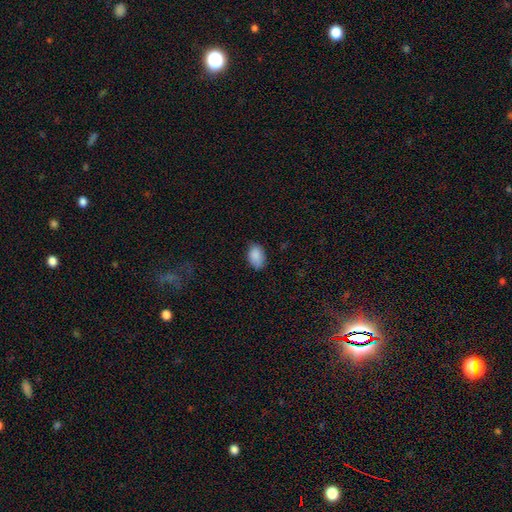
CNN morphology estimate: smooth-or-featured: smooth: 88% | star or artifact: 7% | featured or disk: 4%
  how-rounded: in between: 88% | round: 11% | cigar-shaped: 1%
  merging: none: 75% | minor disturbance: 21% | major disturbance: 3% | merger: 1%